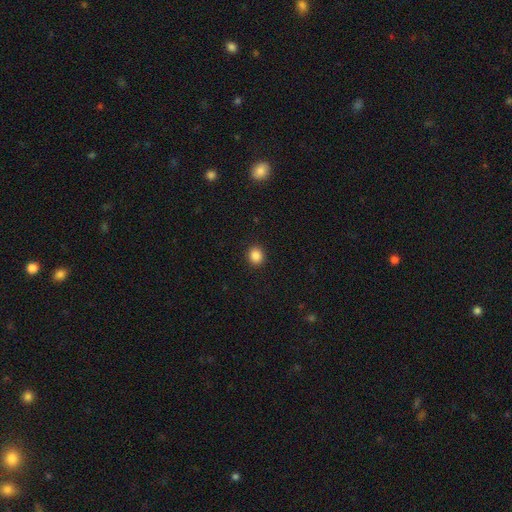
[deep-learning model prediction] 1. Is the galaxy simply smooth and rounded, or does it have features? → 86% smooth, 10% star or artifact, 3% featured or disk.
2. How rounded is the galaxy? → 80% round, 19% in between, 1% cigar-shaped.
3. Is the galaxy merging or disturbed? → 92% none, 5% minor disturbance, 2% major disturbance, 1% merger.